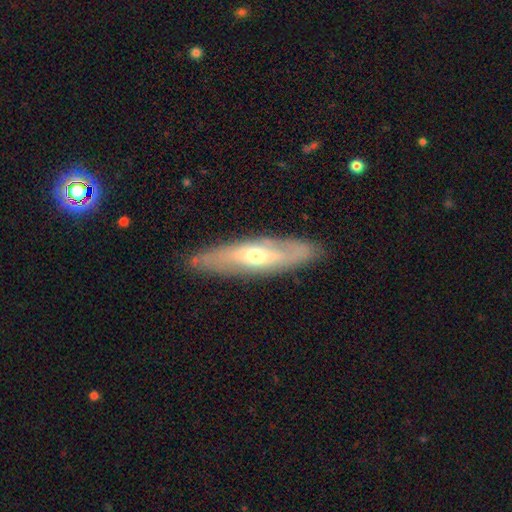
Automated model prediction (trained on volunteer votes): Smooth or featured: featured or disk — 66% (smooth — 28%)
Edge-on disk: no — 56% (yes — 44%)
Merging: none — 84% (minor disturbance — 12%)